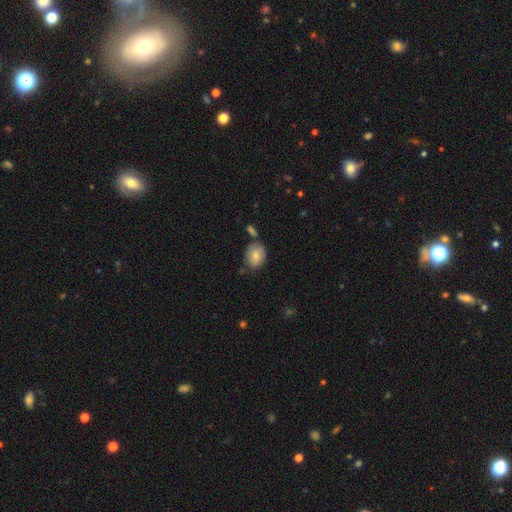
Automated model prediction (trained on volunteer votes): This is likely a smooth galaxy (76%). How rounded: possibly in between (54%). Merging: likely none (68%).